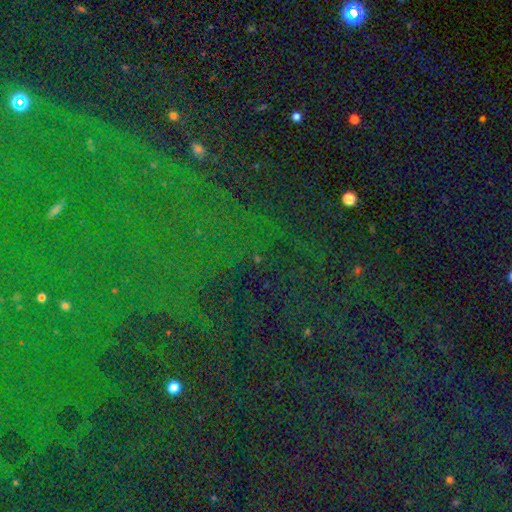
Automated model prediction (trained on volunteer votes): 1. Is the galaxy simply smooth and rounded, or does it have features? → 85% star or artifact, 8% smooth, 7% featured or disk.